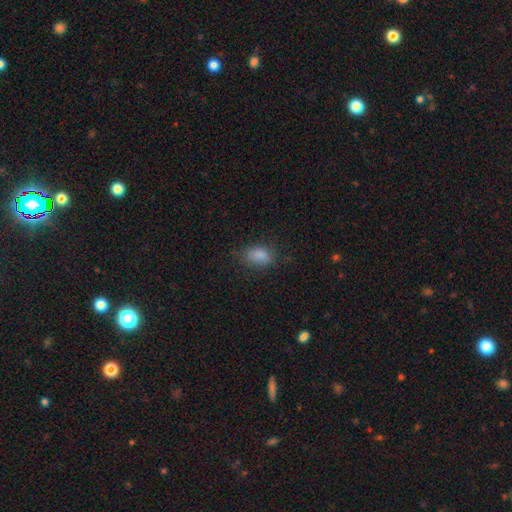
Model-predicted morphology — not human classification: Smooth or featured: smooth — 84% (star or artifact — 11%)
How rounded: in between — 86% (round — 11%)
Merging: none — 75% (minor disturbance — 18%)